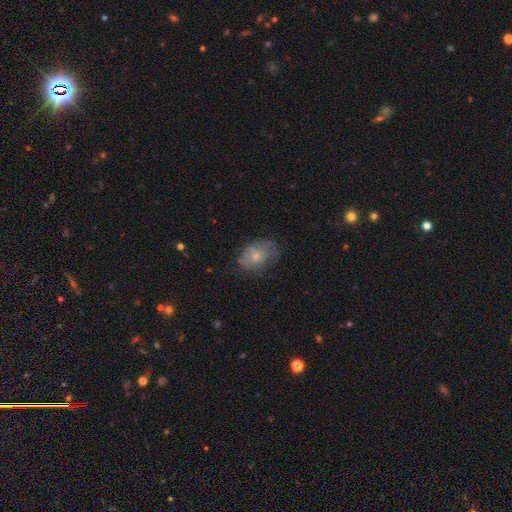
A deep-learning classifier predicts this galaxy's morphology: Smooth or featured: smooth — 56% (featured or disk — 35%)
How rounded: in between — 74% (round — 24%)
Merging: none — 58% (minor disturbance — 27%)